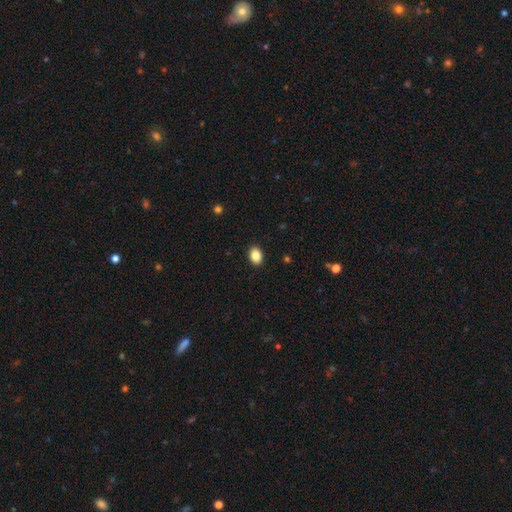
Smooth or featured? 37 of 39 (95%) said smooth. How rounded? 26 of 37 (70%) said in between. Merging? 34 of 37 (92%) said none.